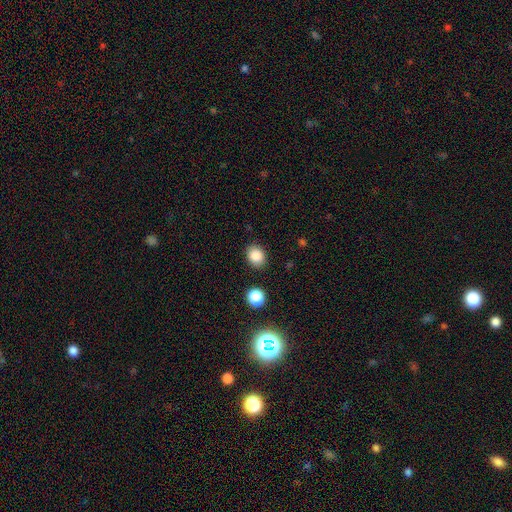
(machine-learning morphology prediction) Q: Smooth or featured?
A: smooth (85%); runner-up: star or artifact (10%)
Q: How rounded?
A: round (51%); runner-up: in between (48%)
Q: Merging?
A: none (87%); runner-up: minor disturbance (8%)